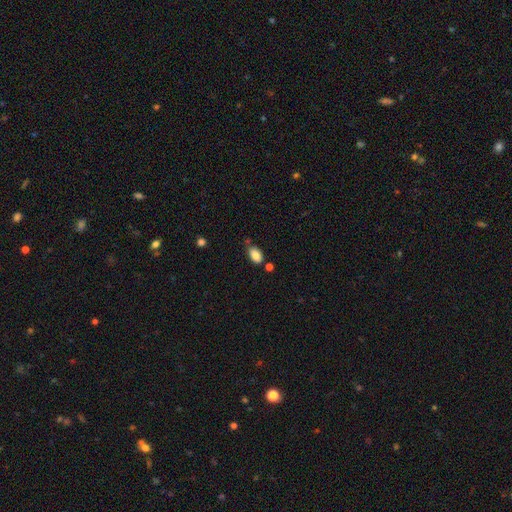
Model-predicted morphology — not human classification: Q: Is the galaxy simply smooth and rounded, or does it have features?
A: smooth — 84%.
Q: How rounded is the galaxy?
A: in between — 92%.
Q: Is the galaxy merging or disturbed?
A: none — 67%.